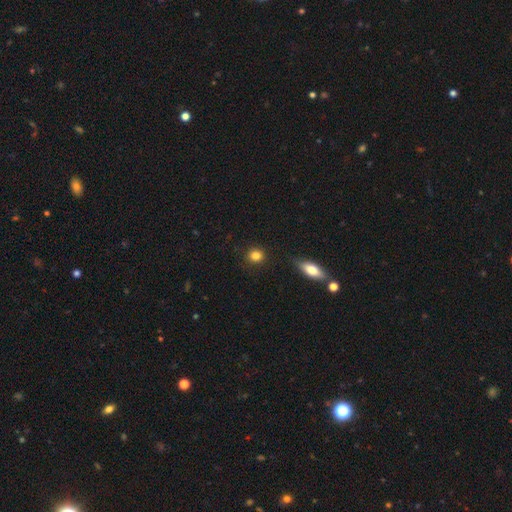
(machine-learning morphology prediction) Smooth or featured: smooth — 85% (star or artifact — 10%)
How rounded: round — 85% (in between — 14%)
Merging: none — 89% (minor disturbance — 7%)